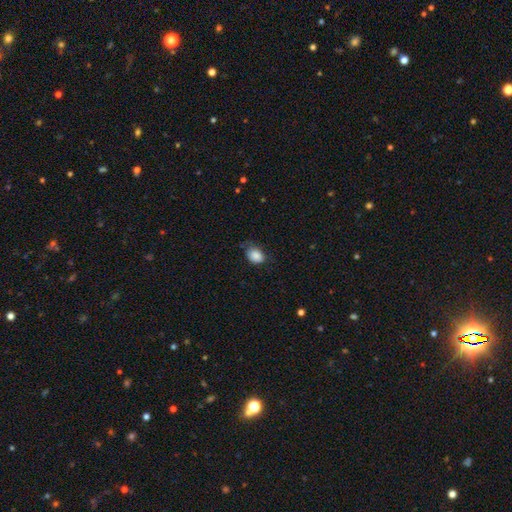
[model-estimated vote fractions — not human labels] Smooth or featured: smooth — 87% (star or artifact — 8%)
How rounded: in between — 72% (round — 27%)
Merging: none — 62% (minor disturbance — 29%)